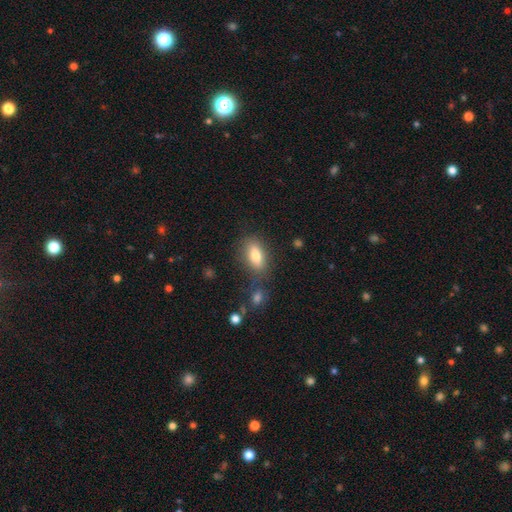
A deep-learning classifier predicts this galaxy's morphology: smooth-or-featured: smooth: 78% | featured or disk: 14% | star or artifact: 8%
  how-rounded: in between: 82% | cigar-shaped: 13% | round: 5%
  merging: none: 75% | minor disturbance: 14% | merger: 7% | major disturbance: 4%